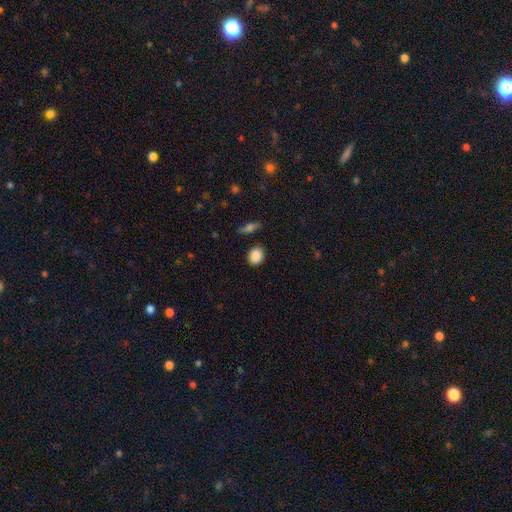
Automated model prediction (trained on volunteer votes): smooth_or_featured: smooth (p=0.88) [alt: star or artifact p=0.08]
how_rounded: round (p=0.61) [alt: in between p=0.38]
merging: none (p=0.83) [alt: minor disturbance p=0.11]